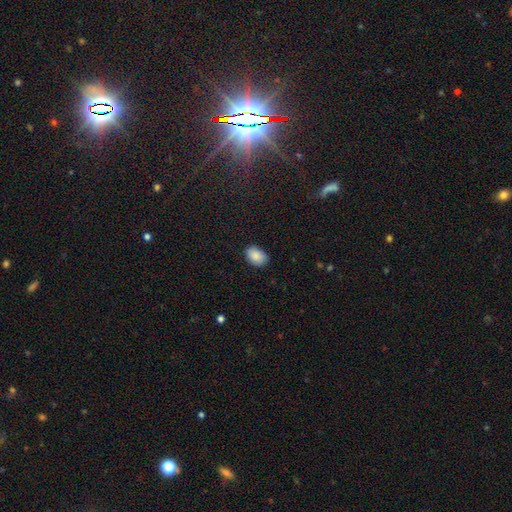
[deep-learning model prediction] A smooth galaxy with no disk features (88%) that is in between round and cigar-shaped (81%). Merging: none (82%).